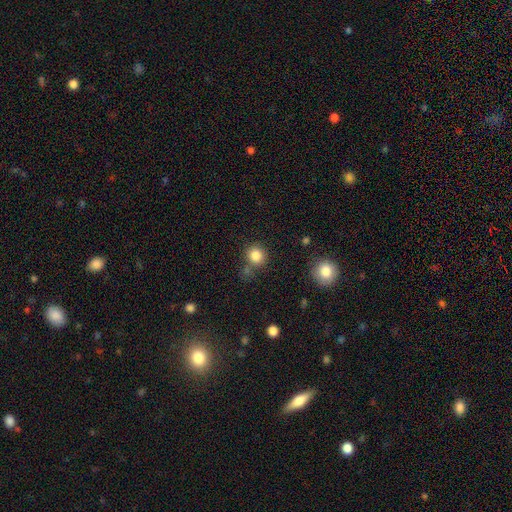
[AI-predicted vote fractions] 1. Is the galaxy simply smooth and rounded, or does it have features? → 84% smooth, 11% star or artifact, 5% featured or disk.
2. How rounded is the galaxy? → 88% round, 11% in between, 1% cigar-shaped.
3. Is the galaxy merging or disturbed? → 73% none, 11% minor disturbance, 11% merger, 4% major disturbance.